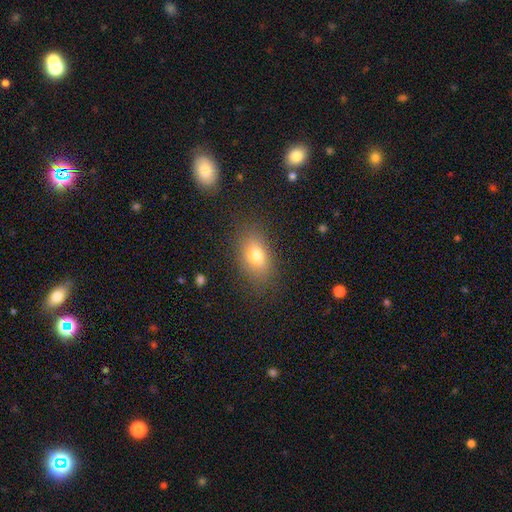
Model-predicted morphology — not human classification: Smooth or featured?
  - smooth: 75% *
  - featured or disk: 14%
  - star or artifact: 11%
How rounded?
  - in between: 84% *
  - round: 13%
  - cigar-shaped: 3%
Merging?
  - none: 82% *
  - minor disturbance: 12%
  - major disturbance: 5%
  - merger: 1%